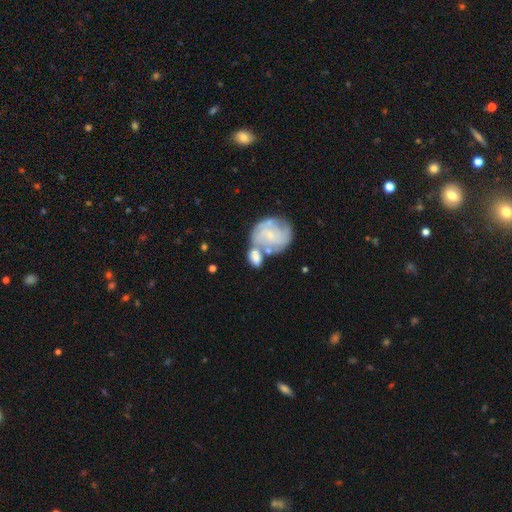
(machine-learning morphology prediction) Smooth or featured? Predicted: featured or disk (p=0.61). Edge-on disk? Predicted: no (p=0.96). Bar? Predicted: no (p=0.69). Spiral arms? Predicted: yes (p=0.76). Bulge size? Predicted: small (p=0.73). Merging? Predicted: merger (p=0.44).